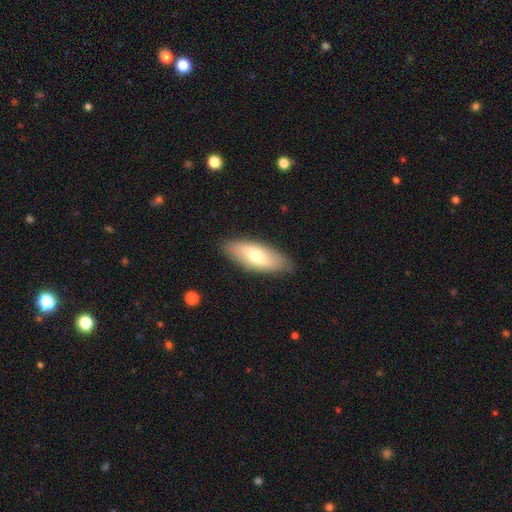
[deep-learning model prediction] Smooth or featured? smooth (63%)
How rounded? in between (79%)
Merging? none (83%)